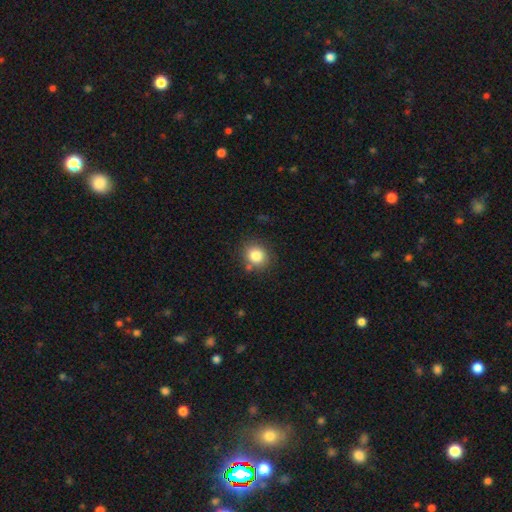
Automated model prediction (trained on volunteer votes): Q: Smooth or featured?
A: smooth (83%); runner-up: star or artifact (10%)
Q: How rounded?
A: round (79%); runner-up: in between (20%)
Q: Merging?
A: none (80%); runner-up: minor disturbance (11%)